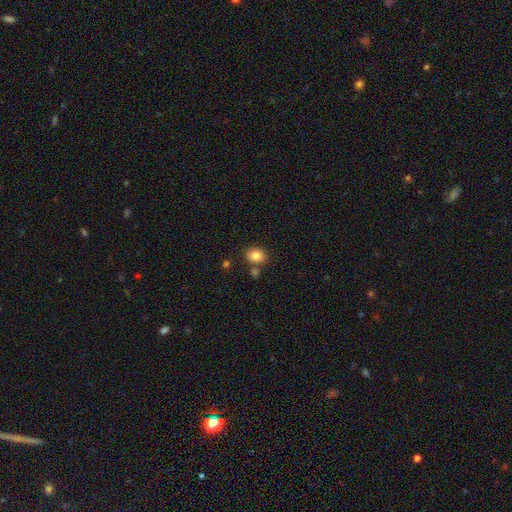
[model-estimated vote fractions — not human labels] This is clearly a smooth galaxy (84%). How rounded: possibly in between (57%). Merging: likely none (74%).